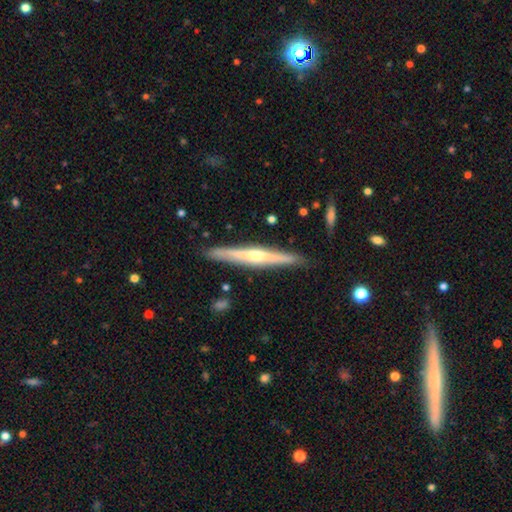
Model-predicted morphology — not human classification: featured or disk 68%, smooth 27%, star or artifact 5%. Down the decision tree: edge-on disk — yes (96%); edge-on bulge — rounded (77%); merging — none (89%).